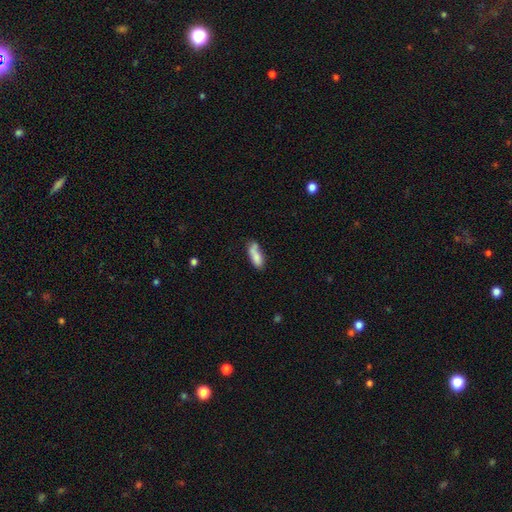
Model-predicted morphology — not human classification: type=smooth (75%); roundness=in between (68%); merging=none (44%).